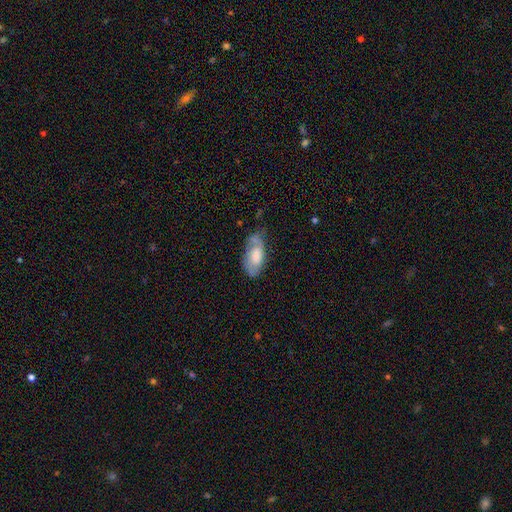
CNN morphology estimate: smooth-or-featured: smooth: 56% | featured or disk: 37% | star or artifact: 7%
  how-rounded: in between: 89% | cigar-shaped: 9% | round: 2%
  merging: none: 47% | minor disturbance: 36% | major disturbance: 13% | merger: 4%